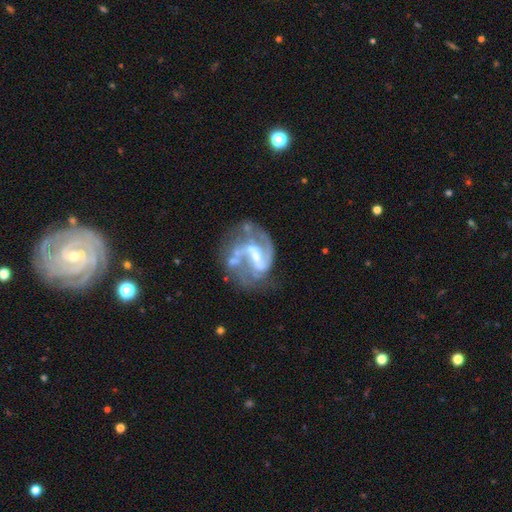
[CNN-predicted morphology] Smooth or featured? Predicted: featured or disk (p=0.86). Edge-on disk? Predicted: no (p=0.98). Bar? Predicted: weak (p=0.45). Spiral arms? Predicted: yes (p=0.89). Spiral winding? Predicted: medium (p=0.47). Spiral arm count? Predicted: 2 (p=0.68). Bulge size? Predicted: small (p=0.41). Merging? Predicted: none (p=0.39).